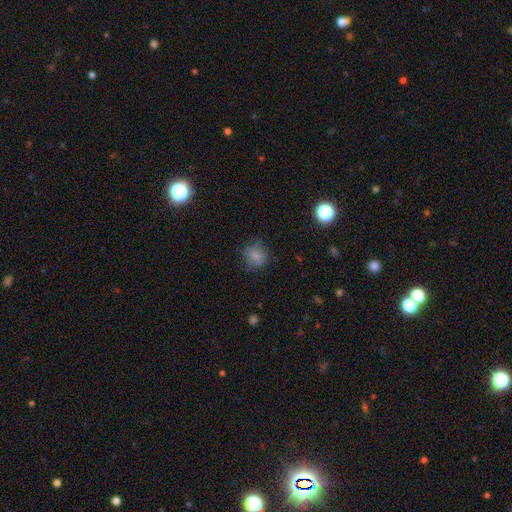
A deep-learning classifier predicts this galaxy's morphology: Smooth or featured: smooth — 80% (star or artifact — 12%)
How rounded: round — 79% (in between — 20%)
Merging: none — 72% (minor disturbance — 20%)